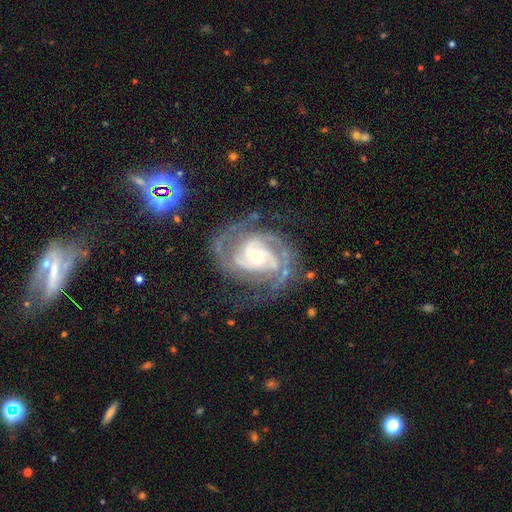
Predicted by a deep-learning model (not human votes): This appears to be a featured or disk galaxy (92%) with no bar (59%), 2 (47%) tight (55%) spiral arms (98%) and a small central bulge (67%). Merging: none (72%).